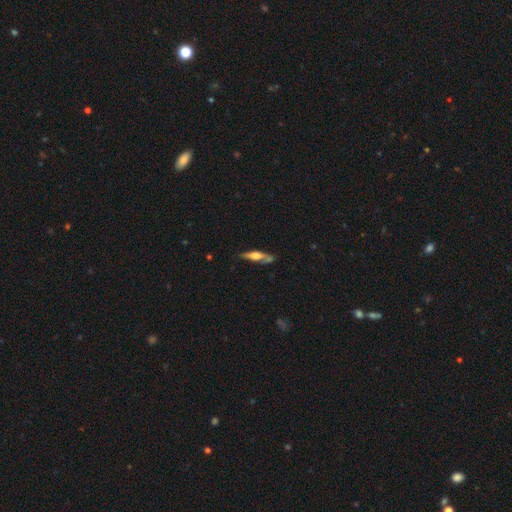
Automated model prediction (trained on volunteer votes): The model was most divided on "smooth or featured": featured or disk: 56%, smooth: 37%, star or artifact: 7%. More confident: edge-on disk — yes (88%); merging — none (62%).